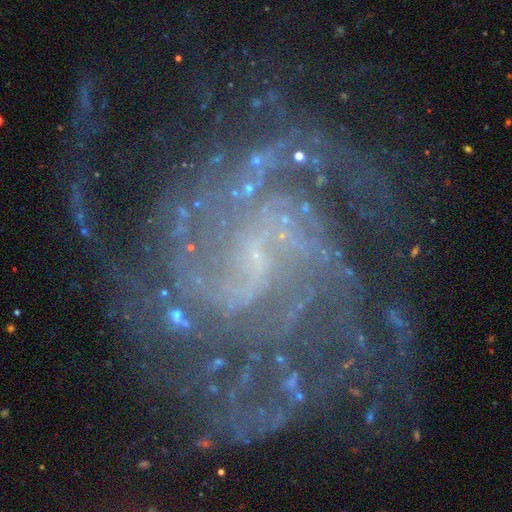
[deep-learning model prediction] Smooth or featured? Predicted: featured or disk (p=0.87). Edge-on disk? Predicted: no (p=0.98). Bar? Predicted: weak (p=0.49). Spiral arms? Predicted: yes (p=0.95). Spiral winding? Predicted: tight (p=0.45). Spiral arm count? Predicted: can't tell (p=0.30). Bulge size? Predicted: small (p=0.65). Merging? Predicted: none (p=0.62).